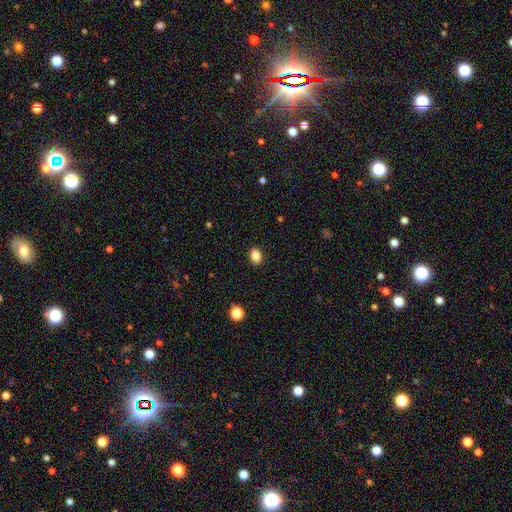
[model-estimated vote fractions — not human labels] smooth_or_featured: smooth (p=0.86) [alt: star or artifact p=0.10]
how_rounded: in between (p=0.71) [alt: round p=0.28]
merging: none (p=0.90) [alt: minor disturbance p=0.07]